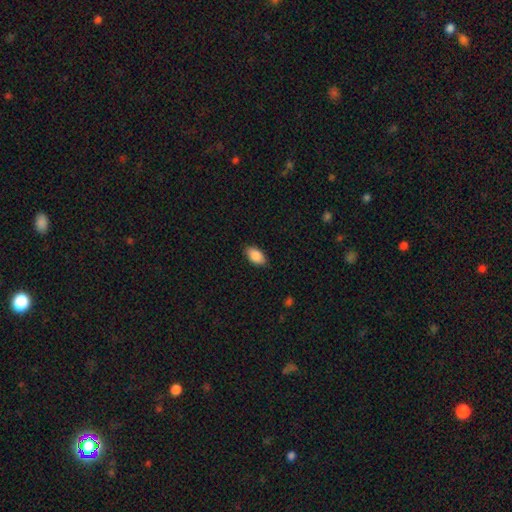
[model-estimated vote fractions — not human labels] A smooth galaxy with no disk features (88%) that is in between round and cigar-shaped (93%). Merging: none (86%).